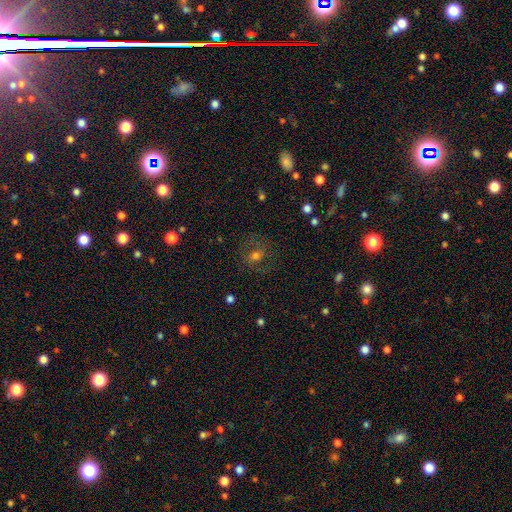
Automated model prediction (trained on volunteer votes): smooth-or-featured: smooth: 43% | featured or disk: 37% | star or artifact: 21%
  merging: none: 73% | minor disturbance: 14% | major disturbance: 11% | merger: 2%